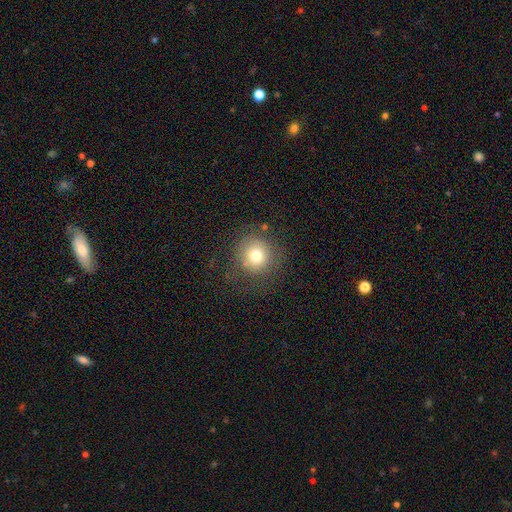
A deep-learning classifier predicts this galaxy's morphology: A smooth galaxy with no disk features (73%) that is round (92%). Merging: none (72%).